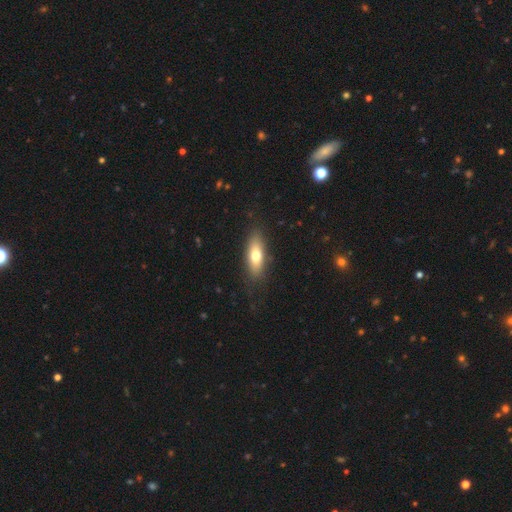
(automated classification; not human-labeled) Smooth or featured? smooth (68%)
How rounded? in between (64%)
Merging? none (84%)